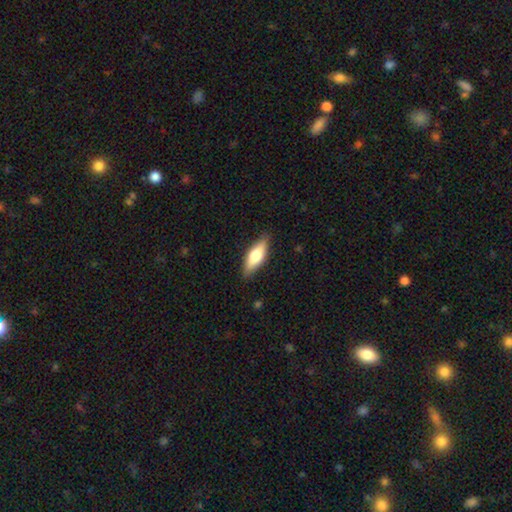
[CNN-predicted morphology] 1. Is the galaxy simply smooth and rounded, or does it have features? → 66% smooth, 28% featured or disk, 6% star or artifact.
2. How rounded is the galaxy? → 64% in between, 34% cigar-shaped, 2% round.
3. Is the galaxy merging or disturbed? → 84% none, 12% minor disturbance, 2% major disturbance, 1% merger.